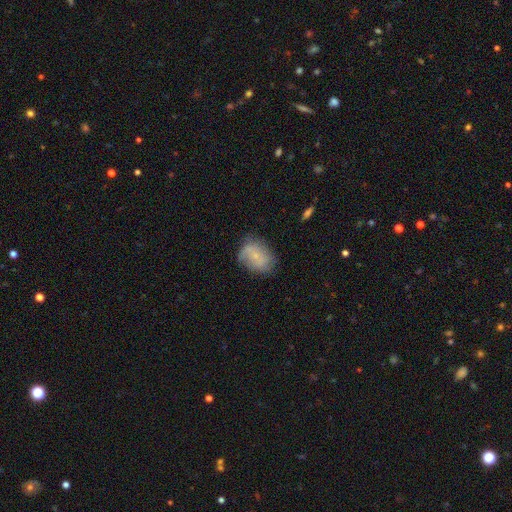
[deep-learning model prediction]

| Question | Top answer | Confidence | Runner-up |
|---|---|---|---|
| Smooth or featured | smooth | 49% | featured or disk (42%) |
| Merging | none | 60% | minor disturbance (27%) |